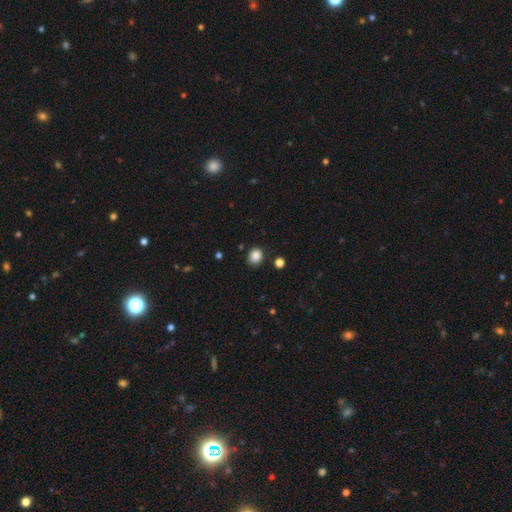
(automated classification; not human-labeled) smooth 86%, star or artifact 10%, featured or disk 3%. Down the decision tree: how rounded — round (64%); merging — none (82%).